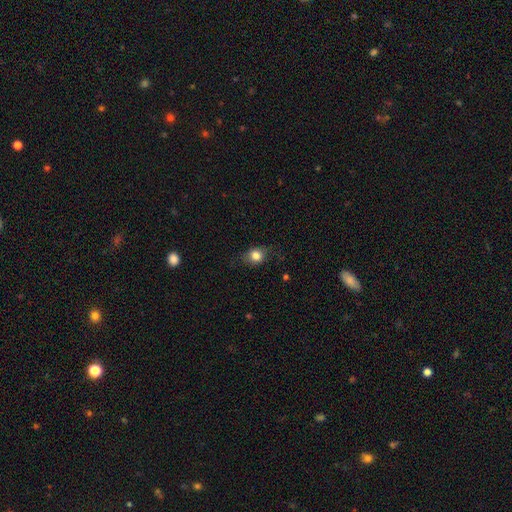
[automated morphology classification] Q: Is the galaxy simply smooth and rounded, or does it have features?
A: smooth — 80%.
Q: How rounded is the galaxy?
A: round — 55%.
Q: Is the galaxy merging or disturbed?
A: none — 72%.